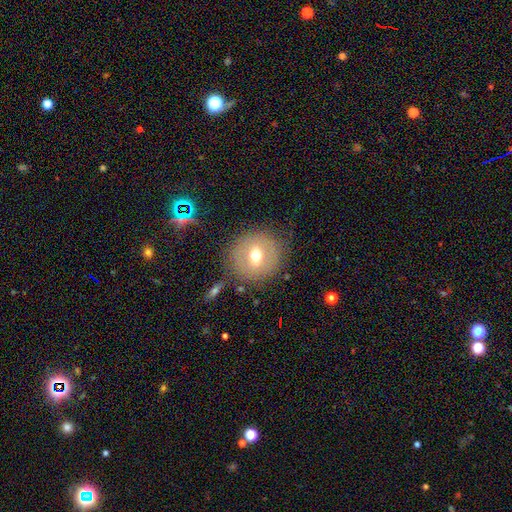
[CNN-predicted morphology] This is possibly a smooth galaxy (54%). How rounded: clearly round (87%). Merging: likely none (80%).